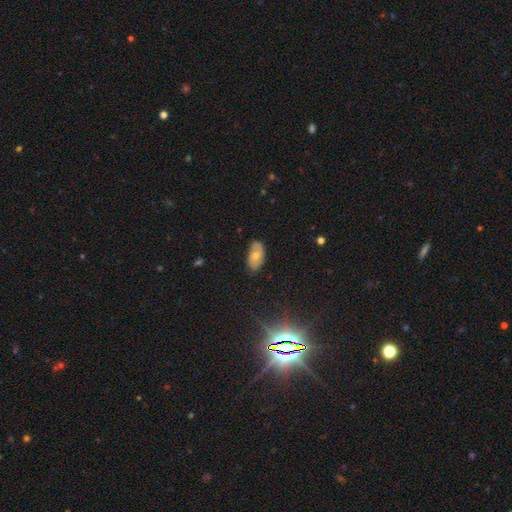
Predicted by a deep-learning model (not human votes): This appears to be a smooth galaxy with no disk features (55%) that is in between round and cigar-shaped (93%). Merging: none (75%).